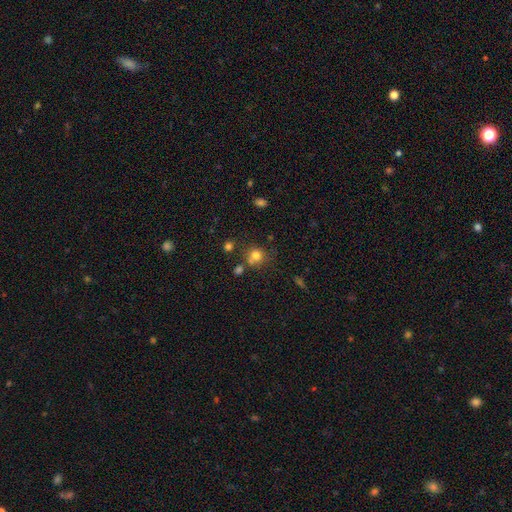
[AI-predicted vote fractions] A smooth galaxy with no disk features (77%) that is round (84%). Merging: none (63%).